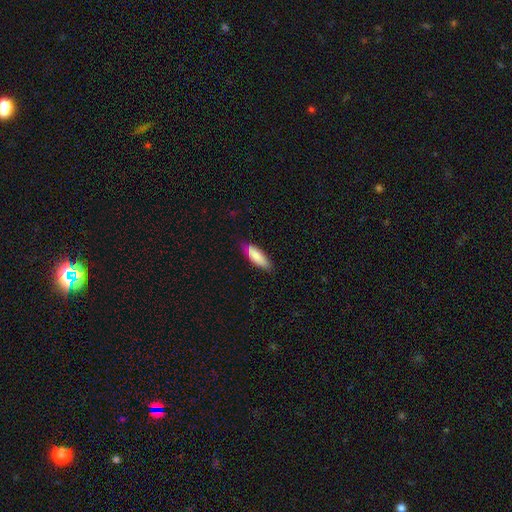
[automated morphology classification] This appears to be a smooth galaxy with no disk features (82%) that is in between round and cigar-shaped (59%). Merging: none (75%).